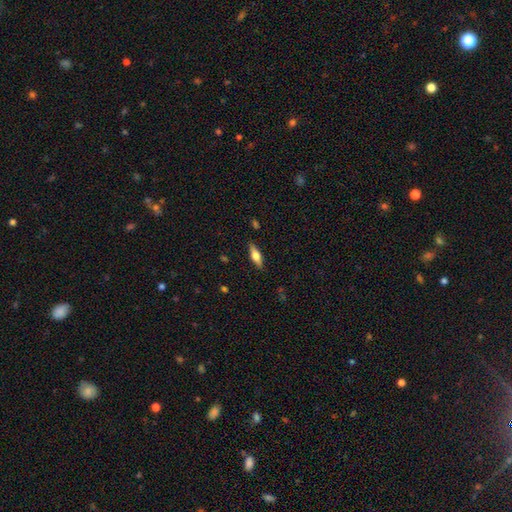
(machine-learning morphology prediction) type=smooth (54%); roundness=in between (55%); merging=none (87%).